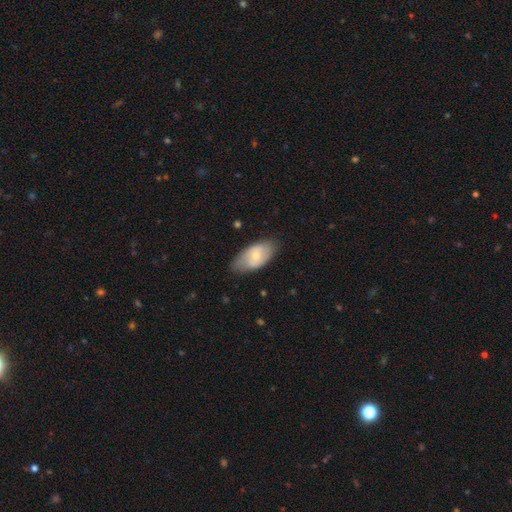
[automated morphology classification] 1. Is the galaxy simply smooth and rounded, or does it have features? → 59% smooth, 35% featured or disk, 6% star or artifact.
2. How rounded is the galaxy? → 93% in between, 4% round, 3% cigar-shaped.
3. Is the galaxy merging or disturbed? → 71% none, 23% minor disturbance, 5% major disturbance, 1% merger.